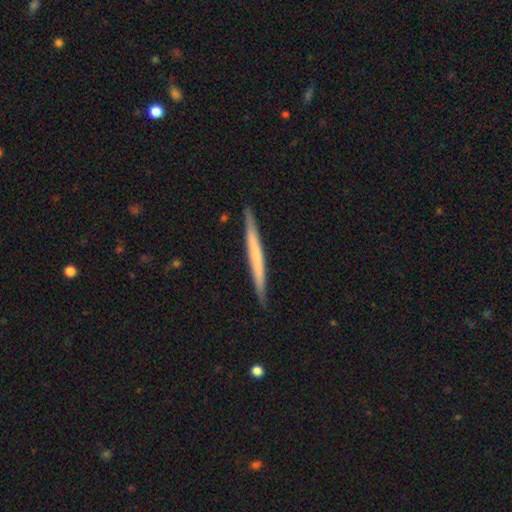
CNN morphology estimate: A featured or disk galaxy (50%) viewed edge-on (97%). Merging: none (90%).